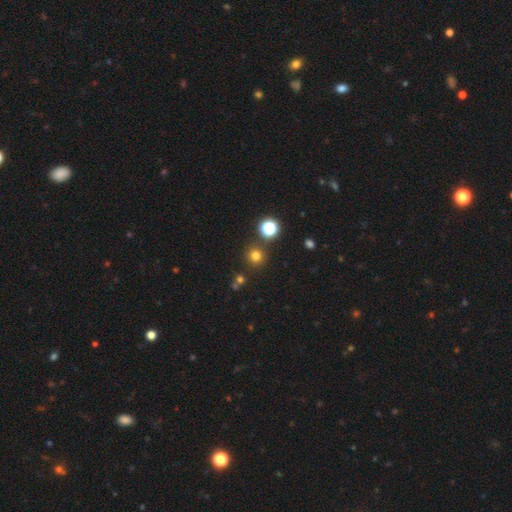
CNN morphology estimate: Smooth or featured?
  - smooth: 73% *
  - star or artifact: 21%
  - featured or disk: 6%
How rounded?
  - round: 94% *
  - in between: 5%
  - cigar-shaped: 1%
Merging?
  - none: 84% *
  - minor disturbance: 7%
  - merger: 6%
  - major disturbance: 3%